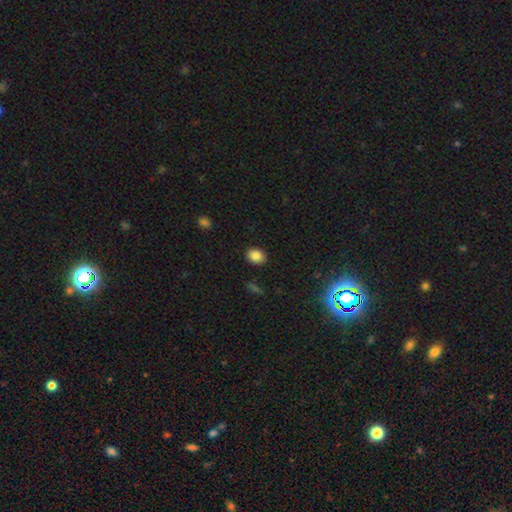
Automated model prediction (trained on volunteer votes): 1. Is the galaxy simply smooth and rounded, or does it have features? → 85% smooth, 9% star or artifact, 5% featured or disk.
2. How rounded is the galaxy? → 60% in between, 39% round, 1% cigar-shaped.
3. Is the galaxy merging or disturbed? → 88% none, 8% minor disturbance, 2% major disturbance, 1% merger.